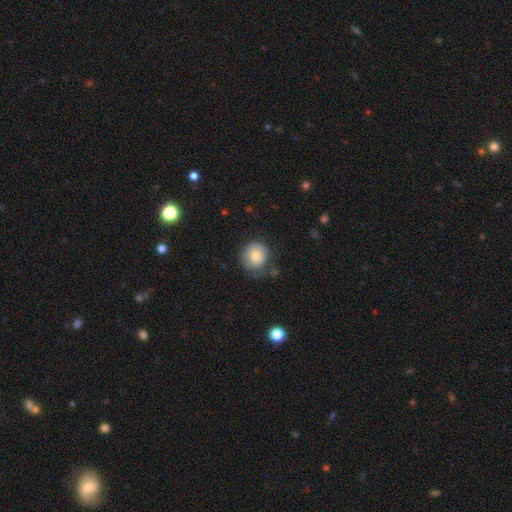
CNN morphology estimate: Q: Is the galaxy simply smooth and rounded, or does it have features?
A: smooth — 77%.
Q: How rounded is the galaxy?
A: round — 89%.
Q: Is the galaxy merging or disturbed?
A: none — 60%.